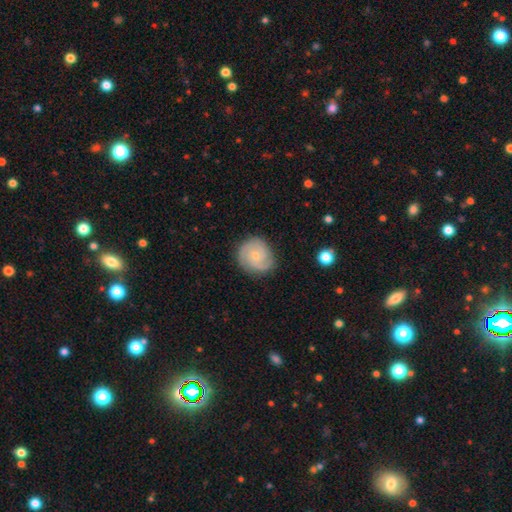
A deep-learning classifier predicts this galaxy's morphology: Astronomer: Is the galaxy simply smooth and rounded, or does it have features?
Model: featured or disk — 80%.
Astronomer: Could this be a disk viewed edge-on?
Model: no — 98%.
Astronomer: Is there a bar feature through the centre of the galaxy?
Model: no — 67%.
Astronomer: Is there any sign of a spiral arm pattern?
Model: yes — 97%.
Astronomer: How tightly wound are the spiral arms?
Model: tight — 64%.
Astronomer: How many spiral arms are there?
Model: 2 — 59%.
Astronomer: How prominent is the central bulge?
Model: small — 65%.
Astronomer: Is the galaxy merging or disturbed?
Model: none — 83%.